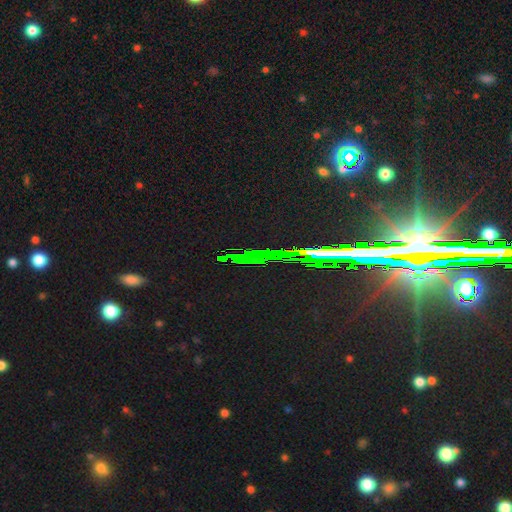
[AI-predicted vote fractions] A star or artifact, not a galaxy (68%).

Vote fractions:
- Smooth or featured? star or artifact: 68% / featured or disk: 17% / smooth: 16%